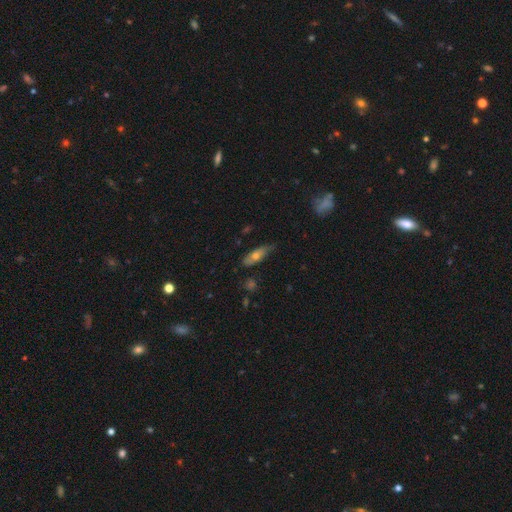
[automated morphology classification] smooth_or_featured: smooth (p=0.58) [alt: featured or disk p=0.35]
how_rounded: in between (p=0.54) [alt: cigar-shaped p=0.43]
merging: none (p=0.66) [alt: minor disturbance p=0.28]